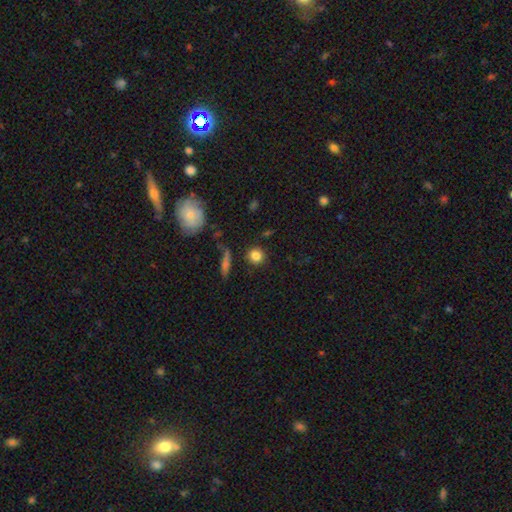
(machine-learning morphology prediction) smooth_or_featured: smooth (p=0.83) [alt: star or artifact p=0.10]
how_rounded: round (p=0.90) [alt: in between p=0.08]
merging: none (p=0.87) [alt: minor disturbance p=0.07]